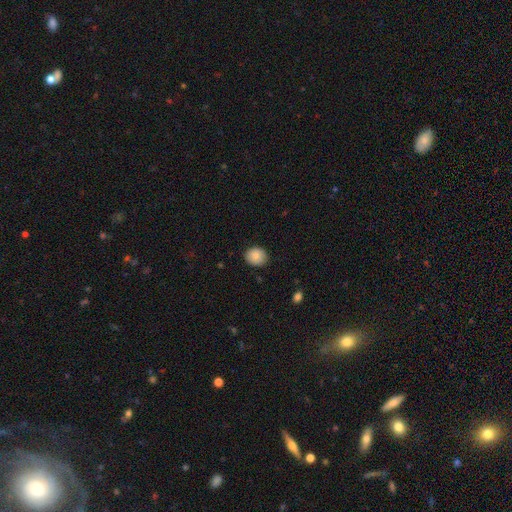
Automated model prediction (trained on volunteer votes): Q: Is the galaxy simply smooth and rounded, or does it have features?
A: smooth — 86%.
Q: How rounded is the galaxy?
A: round — 74%.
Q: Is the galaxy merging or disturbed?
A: none — 87%.